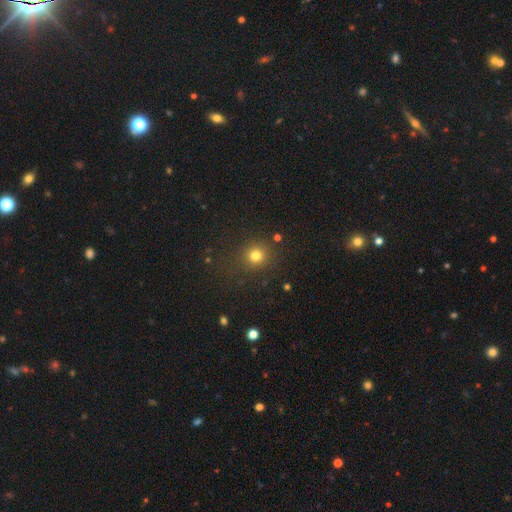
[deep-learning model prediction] Q: Smooth or featured?
A: smooth (78%); runner-up: star or artifact (16%)
Q: How rounded?
A: round (89%); runner-up: in between (10%)
Q: Merging?
A: none (84%); runner-up: minor disturbance (9%)